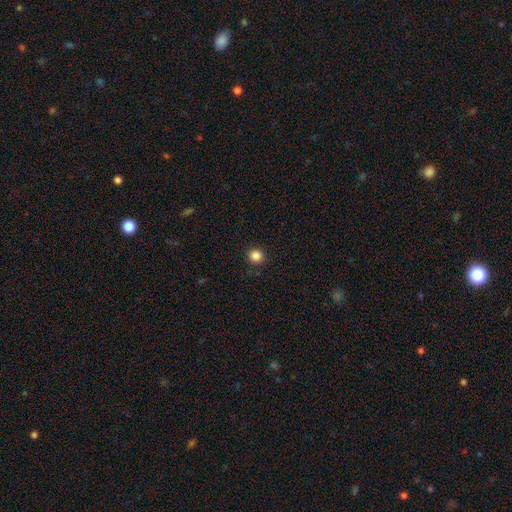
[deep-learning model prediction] The model was most divided on "smooth or featured": smooth: 85%, star or artifact: 12%, featured or disk: 3%. More confident: how rounded — round (93%); merging — none (91%).